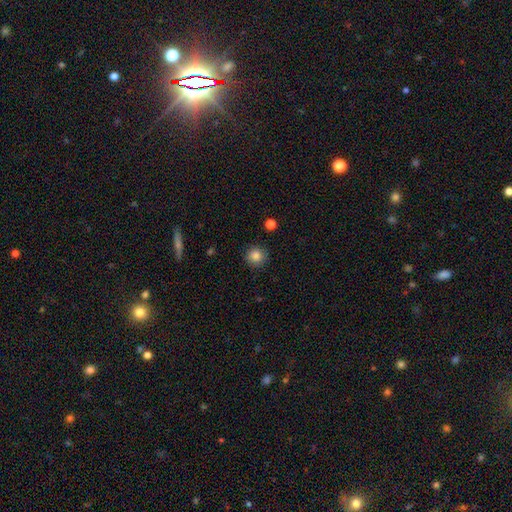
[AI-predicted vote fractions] This is clearly a smooth galaxy (85%). How rounded: clearly round (93%). Merging: clearly none (90%).